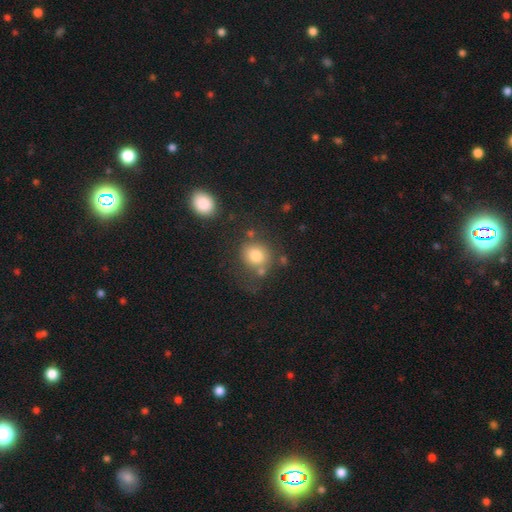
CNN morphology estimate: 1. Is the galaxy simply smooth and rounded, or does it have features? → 79% smooth, 11% star or artifact, 10% featured or disk.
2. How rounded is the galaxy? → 80% round, 19% in between, 1% cigar-shaped.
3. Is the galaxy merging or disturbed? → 67% none, 15% minor disturbance, 11% merger, 8% major disturbance.